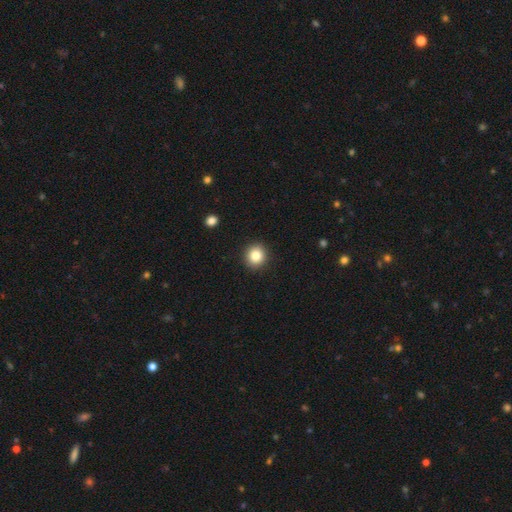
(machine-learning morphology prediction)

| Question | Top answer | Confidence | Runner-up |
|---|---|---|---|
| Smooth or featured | smooth | 84% | star or artifact (10%) |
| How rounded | round | 89% | in between (11%) |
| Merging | none | 92% | minor disturbance (5%) |